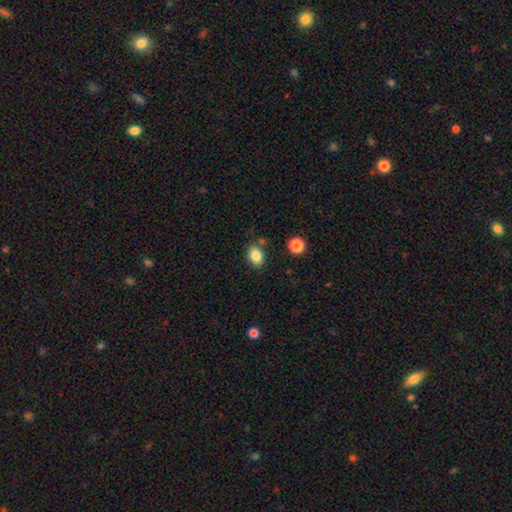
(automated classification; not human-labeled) The model was most divided on "how rounded": in between: 78%, round: 20%, cigar-shaped: 1%. More confident: smooth or featured — smooth (85%); merging — none (79%).